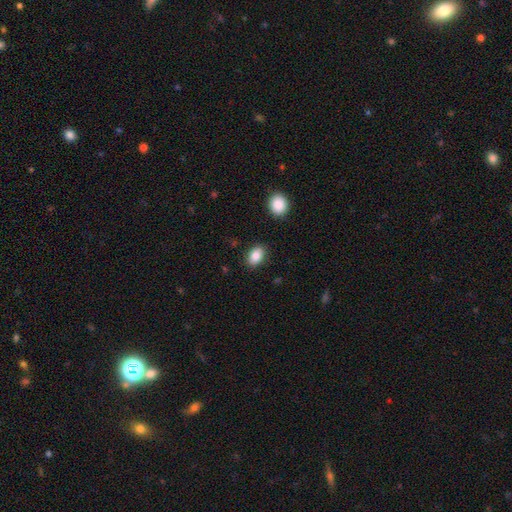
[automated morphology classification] Q: Smooth or featured?
A: smooth (85%); runner-up: star or artifact (8%)
Q: How rounded?
A: in between (85%); runner-up: round (14%)
Q: Merging?
A: none (87%); runner-up: minor disturbance (9%)